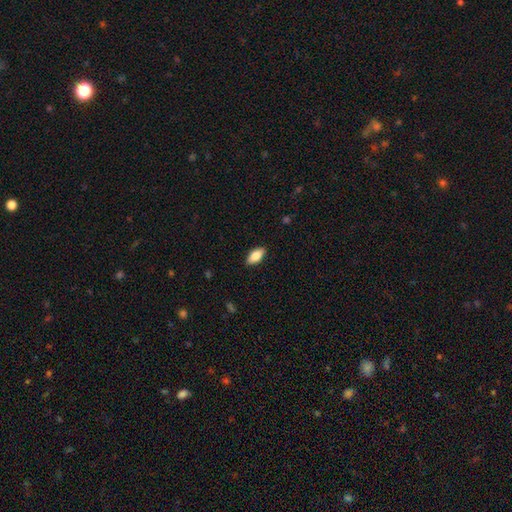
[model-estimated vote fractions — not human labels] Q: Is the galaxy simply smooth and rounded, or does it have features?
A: smooth — 80%.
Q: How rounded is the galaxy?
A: in between — 89%.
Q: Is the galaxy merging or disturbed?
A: none — 88%.